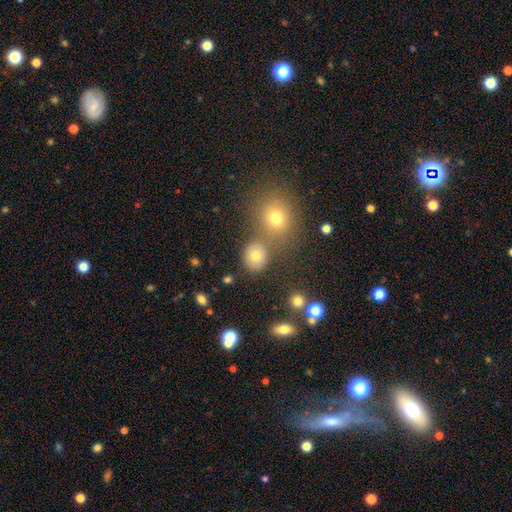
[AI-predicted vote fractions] smooth 75%, star or artifact 16%, featured or disk 9%. Down the decision tree: how rounded — round (79%); merging — none (73%).